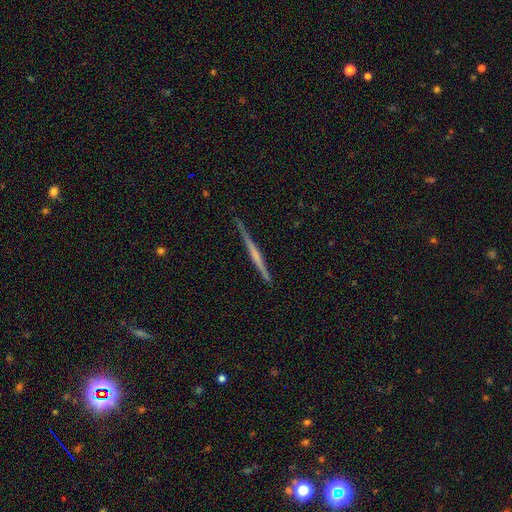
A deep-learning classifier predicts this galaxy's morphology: Smooth or featured? Predicted: featured or disk (p=0.64). Edge-on disk? Predicted: yes (p=0.98). Edge-on bulge? Predicted: none (p=0.69). Merging? Predicted: none (p=0.88).